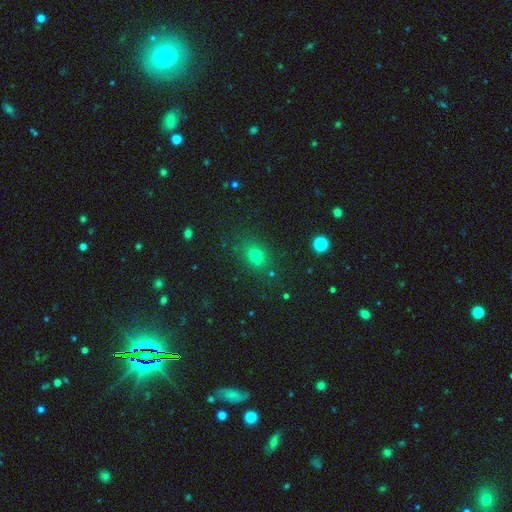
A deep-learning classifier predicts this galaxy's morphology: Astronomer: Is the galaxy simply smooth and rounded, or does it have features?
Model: smooth — 71%.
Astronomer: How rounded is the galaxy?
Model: in between — 52% (runner-up: round, 46%).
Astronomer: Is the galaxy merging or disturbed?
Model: none — 79%.